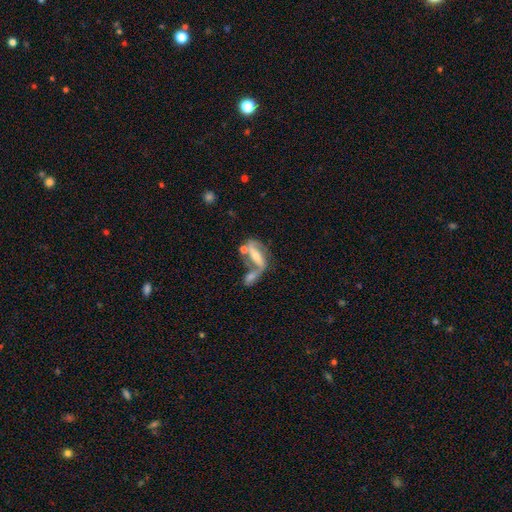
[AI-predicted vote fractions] Smooth or featured: featured or disk — 76% (smooth — 17%)
Edge-on disk: no — 87% (yes — 13%)
Bar: strong — 53% (weak — 26%)
Spiral arms: yes — 80% (no — 20%)
Spiral winding: loose — 55% (medium — 31%)
Spiral arm count: 2 — 81% (1 — 10%)
Bulge size: moderate — 49% (small — 42%)
Merging: merger — 41% (none — 33%)